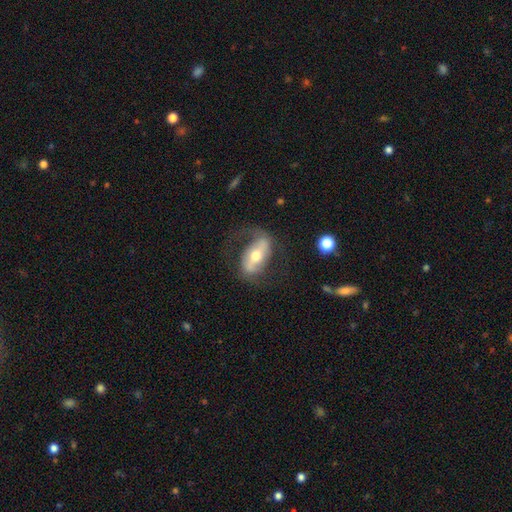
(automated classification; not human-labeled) Q: Smooth or featured?
A: featured or disk (70%); runner-up: smooth (24%)
Q: Edge-on disk?
A: no (89%); runner-up: yes (11%)
Q: Bar?
A: strong (53%); runner-up: weak (27%)
Q: Spiral arms?
A: yes (76%); runner-up: no (24%)
Q: Bulge size?
A: moderate (68%); runner-up: small (22%)
Q: Merging?
A: none (60%); runner-up: minor disturbance (19%)